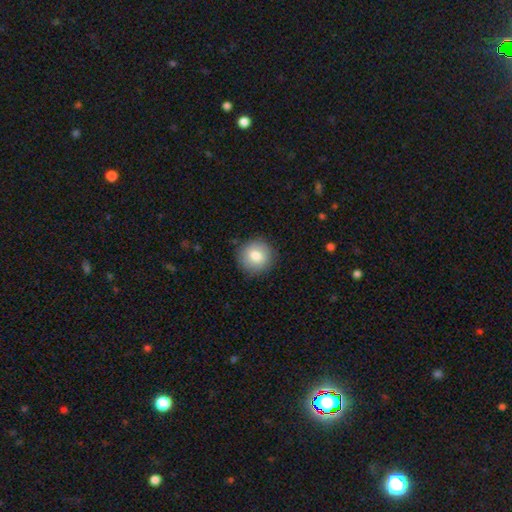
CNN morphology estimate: smooth_or_featured: smooth (p=0.81) [alt: featured or disk p=0.10]
how_rounded: round (p=0.92) [alt: in between p=0.07]
merging: none (p=0.89) [alt: minor disturbance p=0.08]